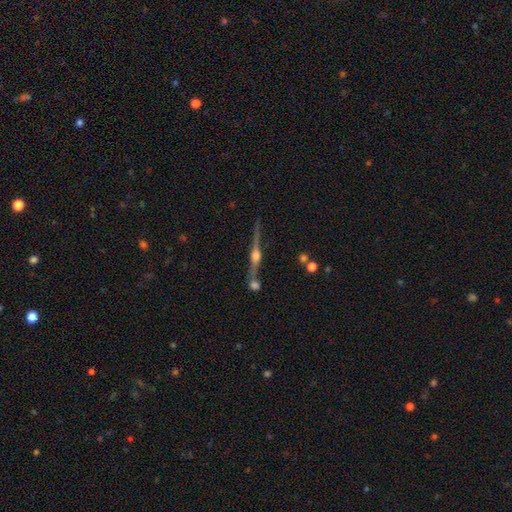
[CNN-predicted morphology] type=featured or disk (82%); edge-on=yes (96%); edge-on bulge=rounded (91%); merging=none (69%).